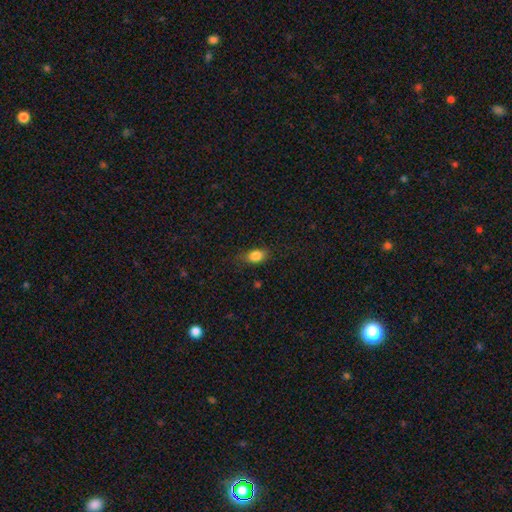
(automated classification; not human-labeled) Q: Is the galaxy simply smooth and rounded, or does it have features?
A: smooth — 85%.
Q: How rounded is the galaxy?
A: in between — 80%.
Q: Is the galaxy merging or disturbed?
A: none — 75%.